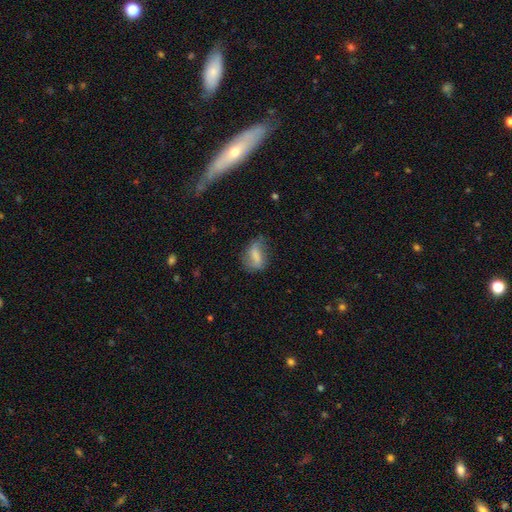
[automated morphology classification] A smooth galaxy with no disk features (55%) that is in between round and cigar-shaped (76%).

Vote fractions:
- Smooth or featured? smooth: 55% / featured or disk: 35% / star or artifact: 9%
- How rounded? in between: 76% / round: 18% / cigar-shaped: 6%
- Merging? none: 51% / minor disturbance: 30% / major disturbance: 16% / merger: 2%